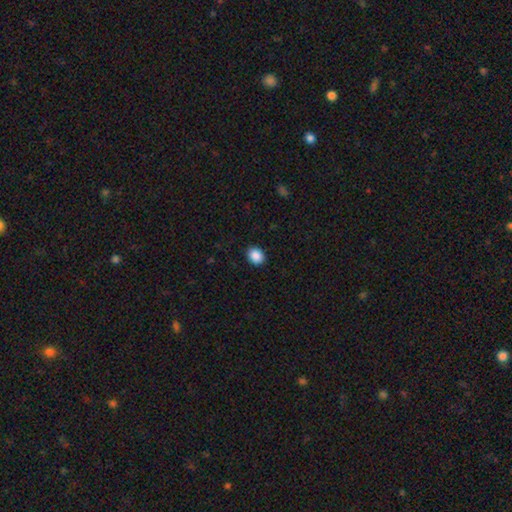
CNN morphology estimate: type=smooth (89%); roundness=round (59%); merging=none (91%).